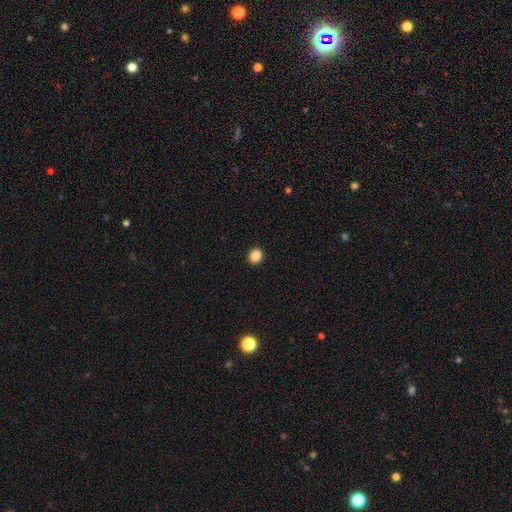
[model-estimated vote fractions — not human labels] Smooth or featured? smooth (87%)
How rounded? round (84%)
Merging? none (93%)